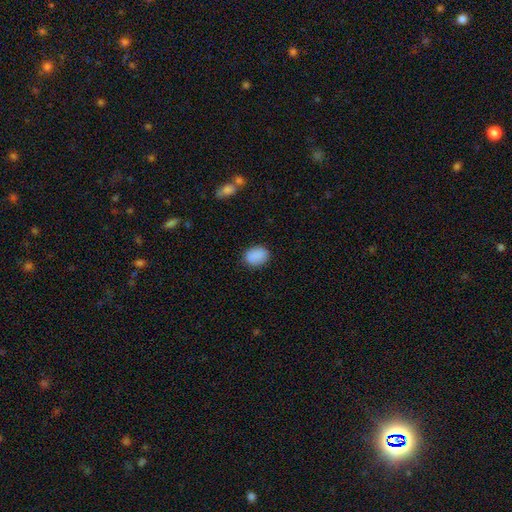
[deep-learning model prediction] This appears to be a smooth galaxy with no disk features (89%) that is in between round and cigar-shaped (68%). Merging: none (85%).